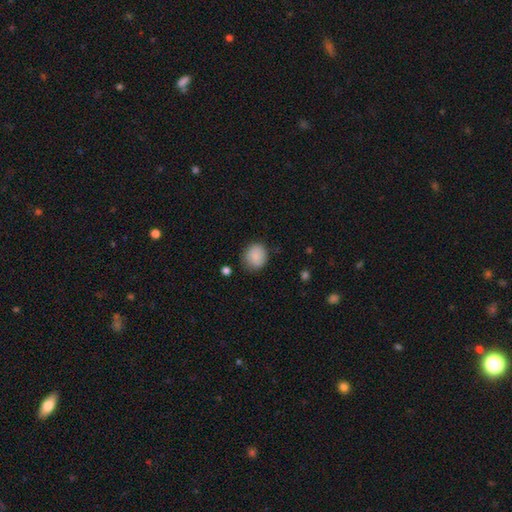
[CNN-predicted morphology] A smooth galaxy with no disk features (87%) that is round (75%). Merging: none (79%).